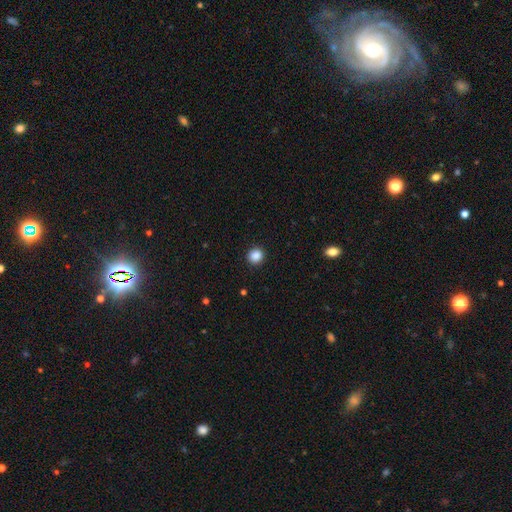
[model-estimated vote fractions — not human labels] A smooth galaxy with no disk features (87%) that is round (92%).

Vote fractions:
- Smooth or featured? smooth: 87% / star or artifact: 10% / featured or disk: 3%
- How rounded? round: 92% / in between: 7% / cigar-shaped: 1%
- Merging? none: 92% / minor disturbance: 5% / major disturbance: 2% / merger: 1%